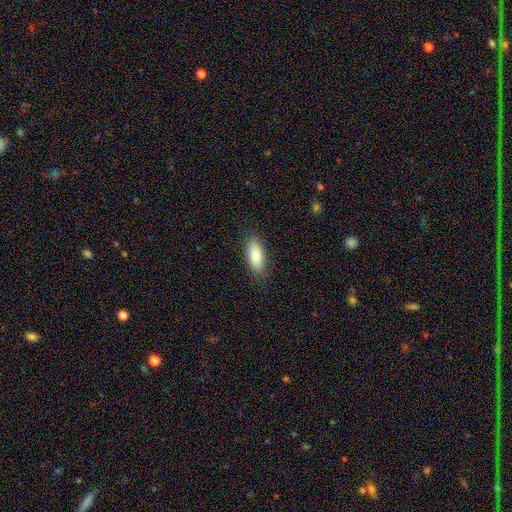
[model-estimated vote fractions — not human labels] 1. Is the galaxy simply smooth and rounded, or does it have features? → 77% smooth, 16% featured or disk, 7% star or artifact.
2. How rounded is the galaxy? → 81% in between, 17% cigar-shaped, 3% round.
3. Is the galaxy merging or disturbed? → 86% none, 10% minor disturbance, 2% major disturbance, 1% merger.